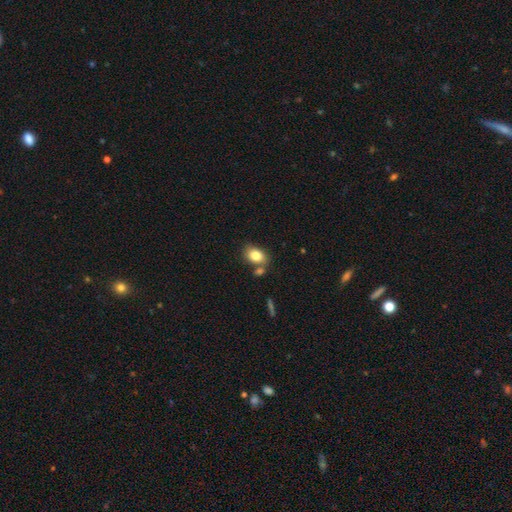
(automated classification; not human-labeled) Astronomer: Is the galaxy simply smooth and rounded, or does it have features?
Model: smooth — 82%.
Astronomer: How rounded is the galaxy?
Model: in between — 76%.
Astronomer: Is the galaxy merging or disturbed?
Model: none — 63%.